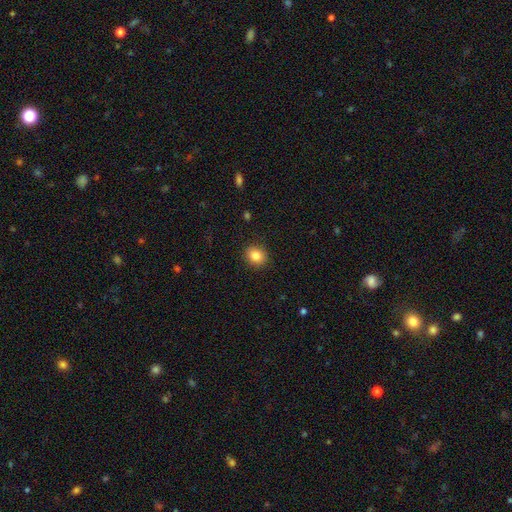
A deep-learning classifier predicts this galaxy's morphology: Smooth or featured?
  - smooth: 84% *
  - star or artifact: 10%
  - featured or disk: 6%
How rounded?
  - round: 70% *
  - in between: 29%
  - cigar-shaped: 1%
Merging?
  - none: 90% *
  - minor disturbance: 7%
  - major disturbance: 2%
  - merger: 1%